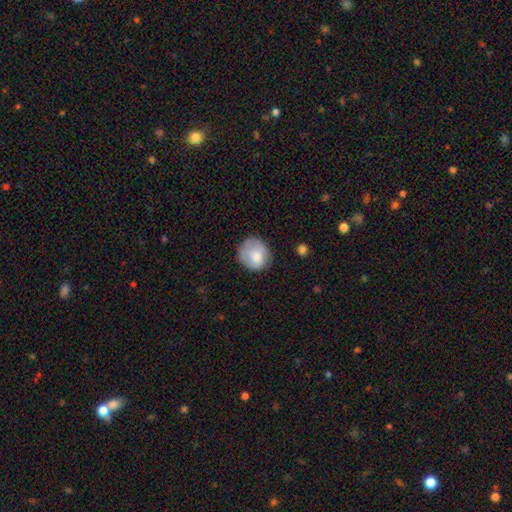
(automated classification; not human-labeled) smooth 74%, featured or disk 19%, star or artifact 7%. Down the decision tree: how rounded — round (79%); merging — none (67%).